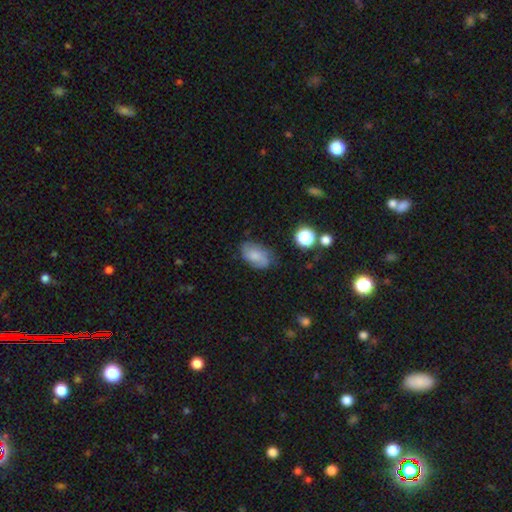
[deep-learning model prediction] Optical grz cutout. It shows a smooth galaxy with no disk features (66%) that is in between round and cigar-shaped (89%). Merging: none (65%).